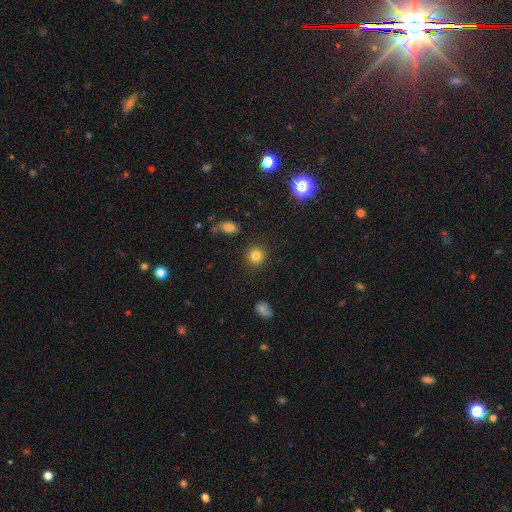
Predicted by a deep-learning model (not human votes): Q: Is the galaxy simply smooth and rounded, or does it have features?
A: smooth — 82%.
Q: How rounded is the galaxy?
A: round — 88%.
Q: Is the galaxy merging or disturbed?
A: none — 89%.